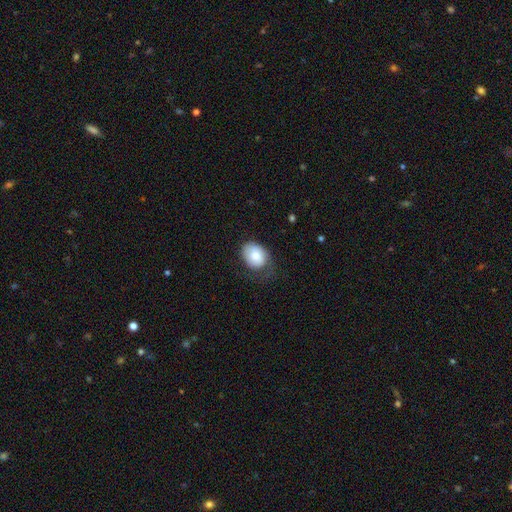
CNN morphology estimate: The model was most divided on "merging": none: 43%, minor disturbance: 31%, major disturbance: 24%, merger: 1%. More confident: smooth or featured — smooth (76%); how rounded — in between (63%).